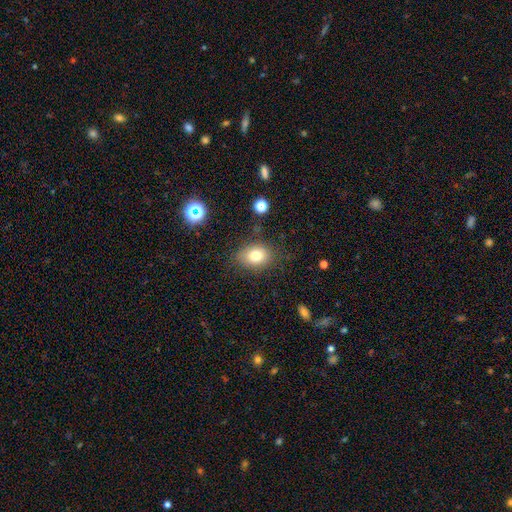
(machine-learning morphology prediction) This is likely a smooth galaxy (76%). How rounded: likely in between (61%). Merging: likely none (79%).